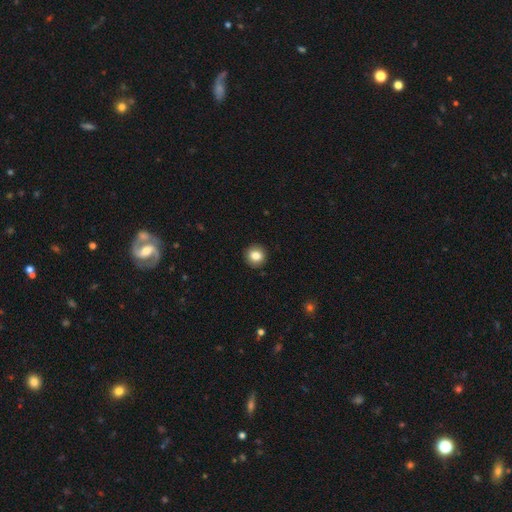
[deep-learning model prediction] Smooth or featured?
  - smooth: 84% *
  - star or artifact: 9%
  - featured or disk: 7%
How rounded?
  - round: 88% *
  - in between: 11%
  - cigar-shaped: 1%
Merging?
  - none: 92% *
  - minor disturbance: 6%
  - major disturbance: 2%
  - merger: 1%